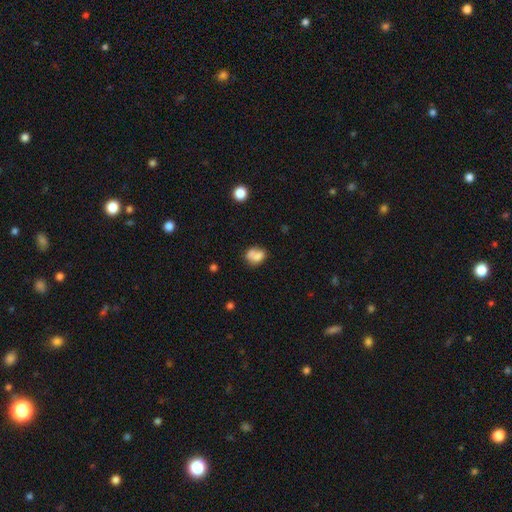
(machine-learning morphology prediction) This appears to be a smooth galaxy with no disk features (69%) that is in between round and cigar-shaped (56%). Merging: merger (43%).